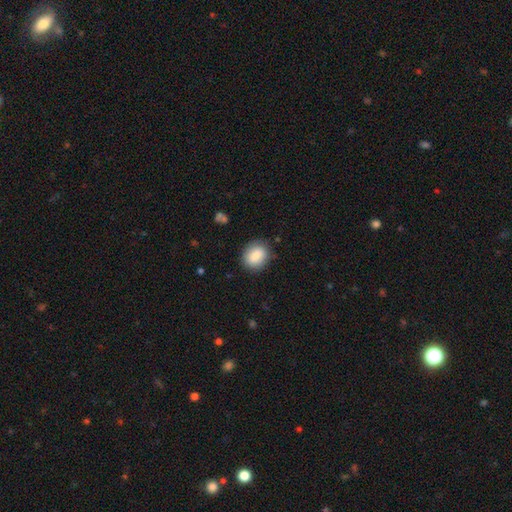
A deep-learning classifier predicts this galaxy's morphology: This appears to be a smooth galaxy with no disk features (86%) that is in between round and cigar-shaped (60%). Merging: none (83%).